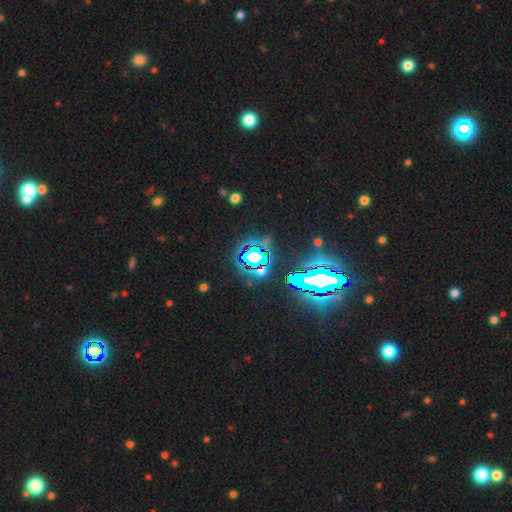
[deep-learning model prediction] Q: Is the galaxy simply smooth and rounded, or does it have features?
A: star or artifact — 81%.